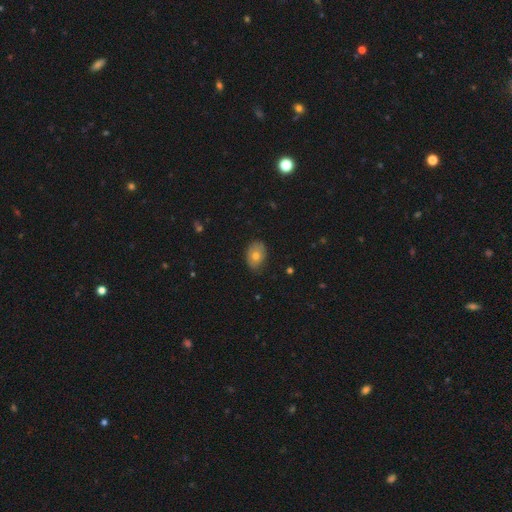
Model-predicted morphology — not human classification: This appears to be a smooth galaxy with no disk features (72%) that is in between round and cigar-shaped (76%). Merging: none (75%).